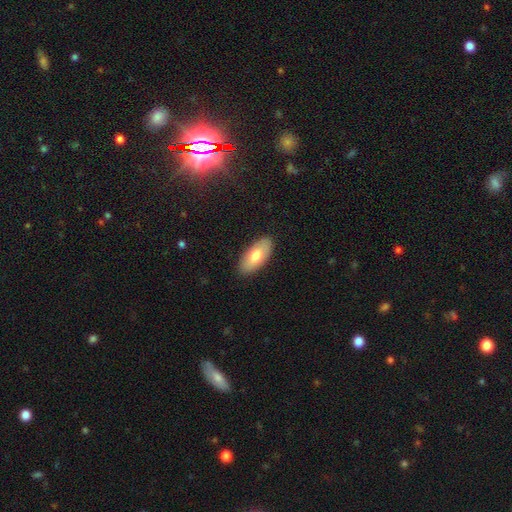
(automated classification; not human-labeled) A smooth galaxy with no disk features (75%) that is in between round and cigar-shaped (92%).

Vote fractions:
- Smooth or featured? smooth: 75% / featured or disk: 20% / star or artifact: 6%
- How rounded? in between: 92% / cigar-shaped: 6% / round: 2%
- Merging? none: 88% / minor disturbance: 9% / major disturbance: 2% / merger: 1%